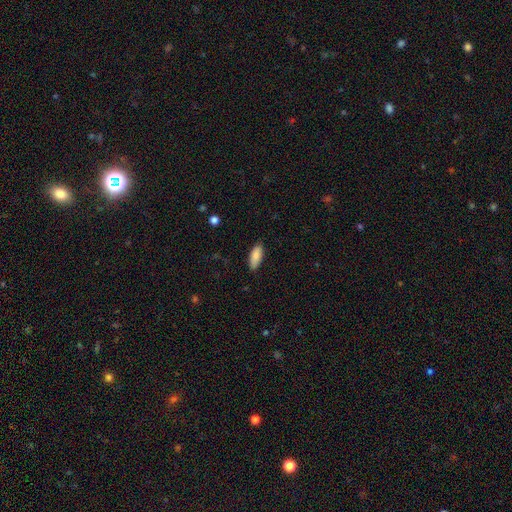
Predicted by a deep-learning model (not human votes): This is clearly a smooth galaxy (87%). How rounded: clearly in between (81%). Merging: clearly none (85%).